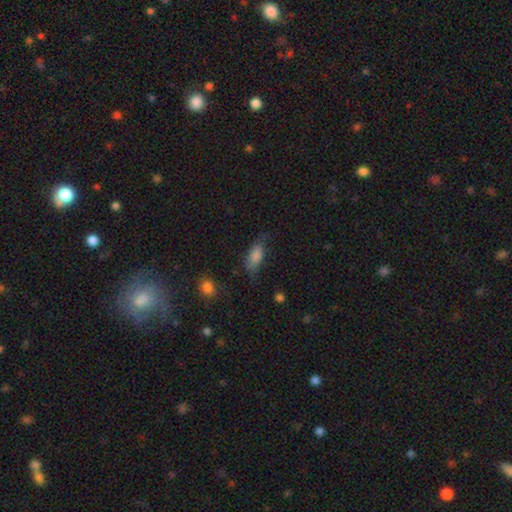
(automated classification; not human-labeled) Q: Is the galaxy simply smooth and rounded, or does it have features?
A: smooth — 81%.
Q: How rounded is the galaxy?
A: in between — 83%.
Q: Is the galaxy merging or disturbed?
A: none — 64%.